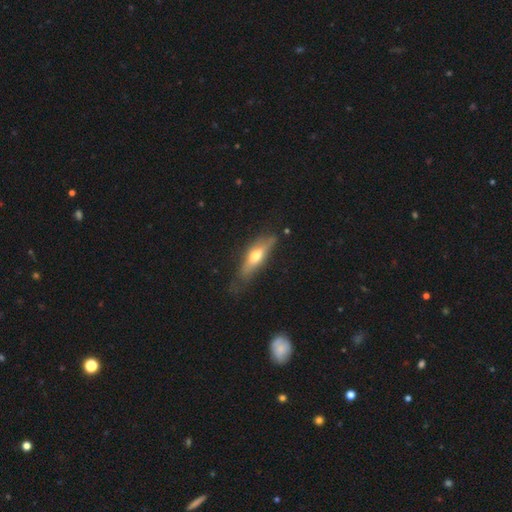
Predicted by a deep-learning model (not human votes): This is possibly a smooth galaxy (49%). Merging: likely none (66%).